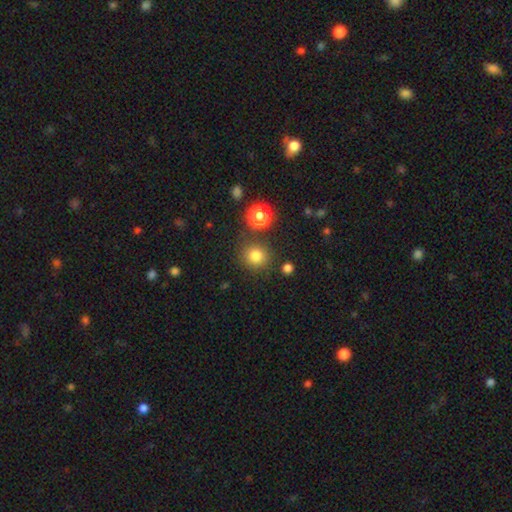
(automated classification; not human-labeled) Smooth or featured?
  - smooth: 81% *
  - star or artifact: 14%
  - featured or disk: 5%
How rounded?
  - round: 90% *
  - in between: 9%
  - cigar-shaped: 1%
Merging?
  - none: 82% *
  - minor disturbance: 9%
  - merger: 5%
  - major disturbance: 3%